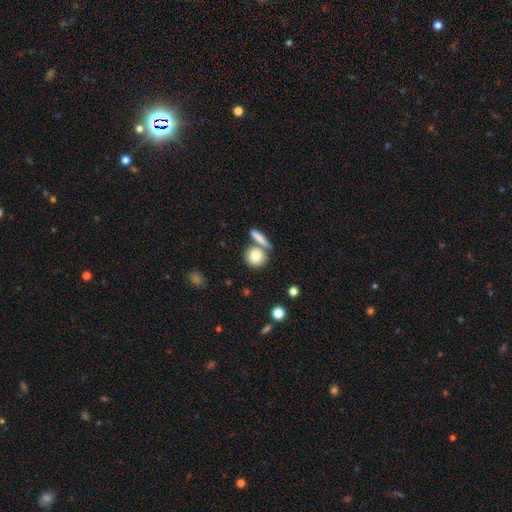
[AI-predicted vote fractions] A smooth galaxy with no disk features (80%) that is round (80%).

Vote fractions:
- Smooth or featured? smooth: 80% / featured or disk: 12% / star or artifact: 8%
- How rounded? round: 80% / in between: 17% / cigar-shaped: 4%
- Merging? none: 63% / merger: 24% / minor disturbance: 9% / major disturbance: 4%